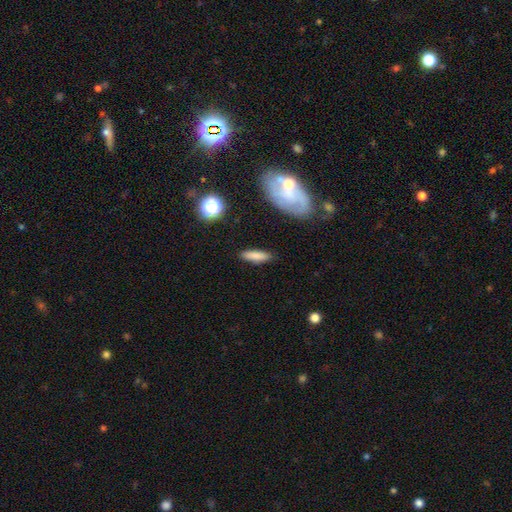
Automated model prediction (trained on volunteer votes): A smooth galaxy with no disk features (80%) that is cigar-shaped (62%).

Vote fractions:
- Smooth or featured? smooth: 80% / featured or disk: 12% / star or artifact: 8%
- How rounded? cigar-shaped: 62% / in between: 36% / round: 2%
- Merging? none: 86% / minor disturbance: 9% / major disturbance: 2% / merger: 2%